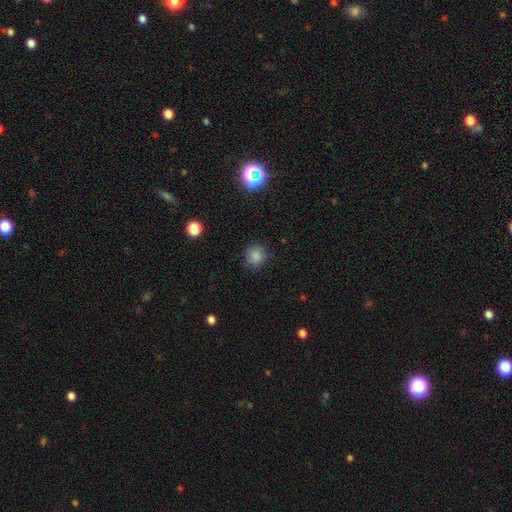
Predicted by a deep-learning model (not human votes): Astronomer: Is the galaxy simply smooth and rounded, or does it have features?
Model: smooth — 84%.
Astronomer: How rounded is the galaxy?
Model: round — 87%.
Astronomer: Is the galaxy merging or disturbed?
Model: none — 85%.